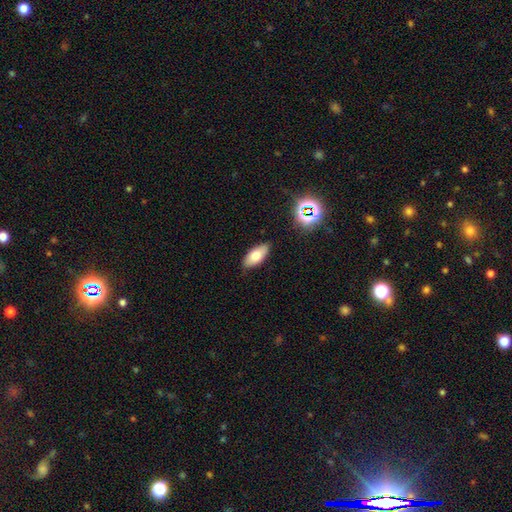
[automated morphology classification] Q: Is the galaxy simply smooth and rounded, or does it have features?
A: smooth — 74%.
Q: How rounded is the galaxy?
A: in between — 88%.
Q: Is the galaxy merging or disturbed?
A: none — 86%.